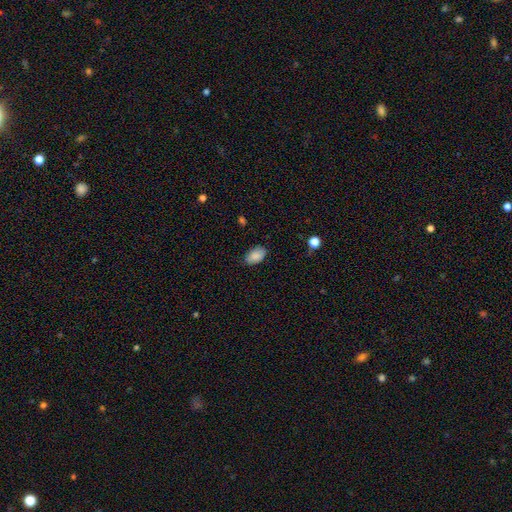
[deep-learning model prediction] smooth_or_featured: smooth (p=0.87) [alt: star or artifact p=0.07]
how_rounded: in between (p=0.92) [alt: round p=0.07]
merging: none (p=0.82) [alt: minor disturbance p=0.14]